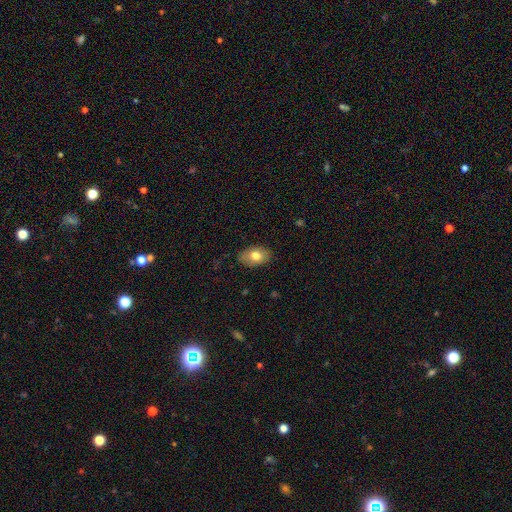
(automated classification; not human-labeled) Morphology: type=smooth (76%); roundness=in between (88%); merging=none (85%).